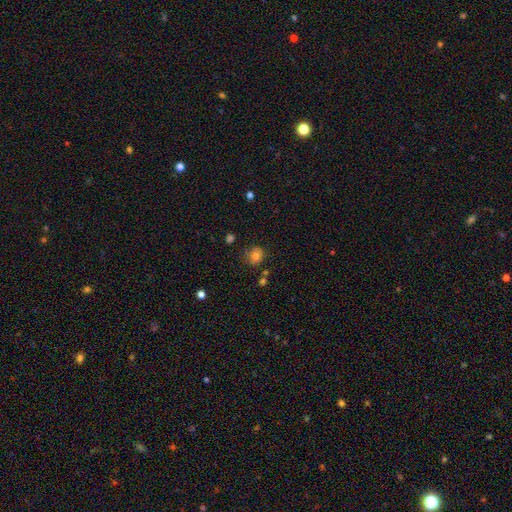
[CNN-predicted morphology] smooth-or-featured: smooth: 78% | star or artifact: 13% | featured or disk: 9%
  how-rounded: round: 71% | in between: 28% | cigar-shaped: 1%
  merging: none: 68% | minor disturbance: 21% | major disturbance: 6% | merger: 4%